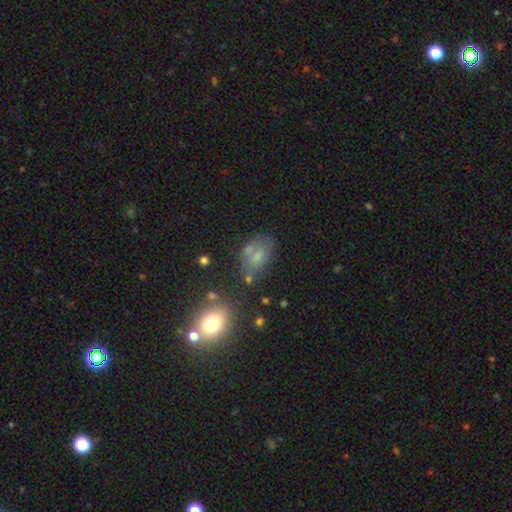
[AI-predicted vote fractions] smooth 63%, featured or disk 22%, star or artifact 15%. Down the decision tree: how rounded — in between (83%); merging — none (46%).